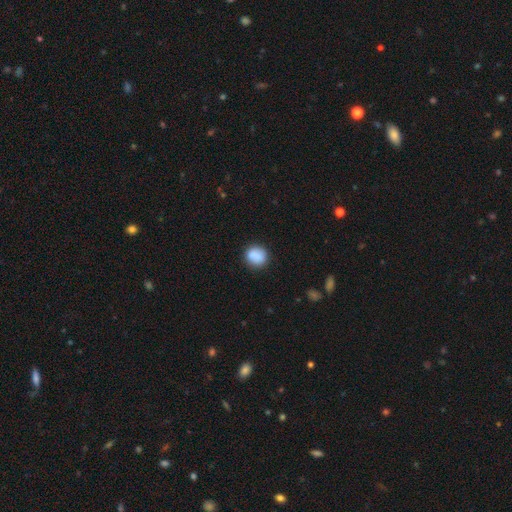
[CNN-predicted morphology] Smooth or featured? Predicted: smooth (p=0.87). How rounded? Predicted: round (p=0.84). Merging? Predicted: none (p=0.85).